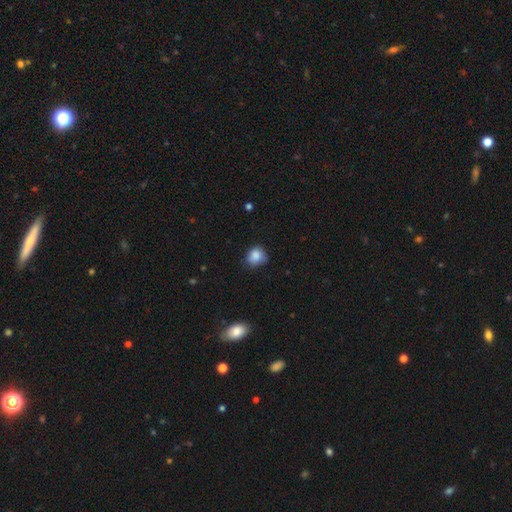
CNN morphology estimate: A smooth galaxy with no disk features (83%) that is round (70%). Merging: none (59%).